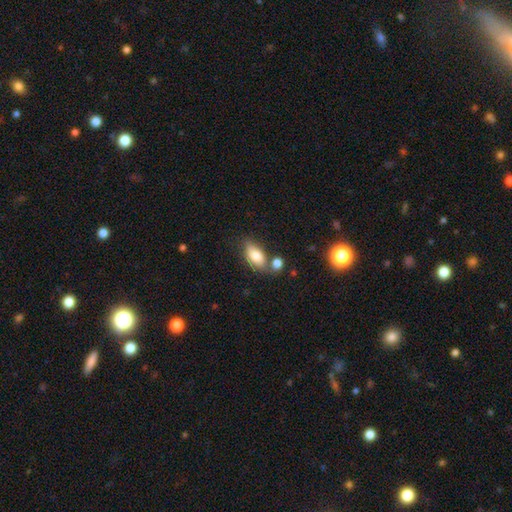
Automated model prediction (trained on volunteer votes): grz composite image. It shows a smooth galaxy with no disk features (78%) that is in between round and cigar-shaped (89%). Merging: none (55%).